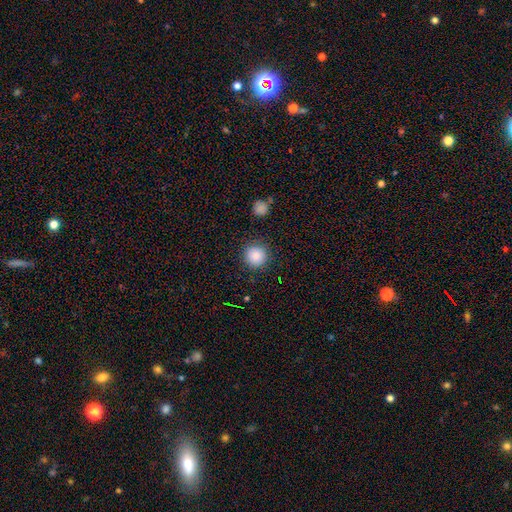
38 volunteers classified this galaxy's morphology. Smooth or featured?
  - smooth: 92% *
  - star or artifact: 8%
  - featured or disk: 0%
How rounded?
  - round: 100% *
  - in between: 0%
  - cigar-shaped: 0%
Merging?
  - none: 94% *
  - minor disturbance: 6%
  - major disturbance: 0%
  - merger: 0%